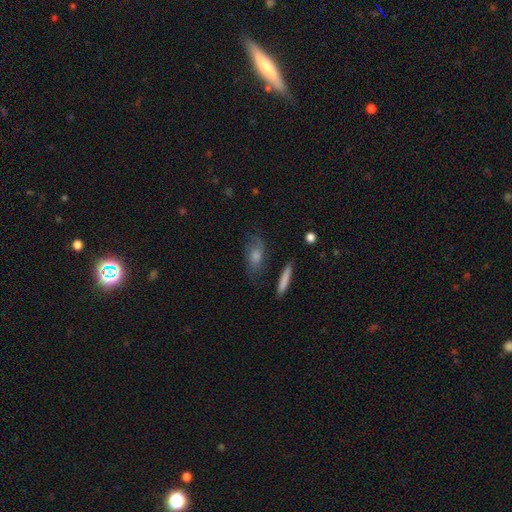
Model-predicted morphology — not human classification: smooth_or_featured: smooth (p=0.44) [alt: featured or disk p=0.42]
merging: none (p=0.71) [alt: minor disturbance p=0.18]